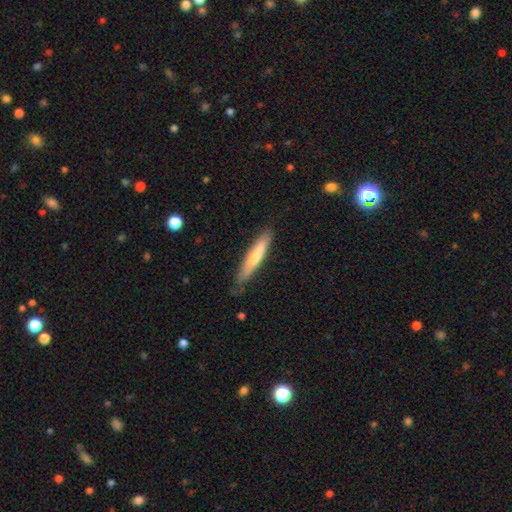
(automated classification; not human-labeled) Smooth or featured: smooth — 66% (featured or disk — 29%)
How rounded: cigar-shaped — 91% (in between — 8%)
Merging: none — 78% (minor disturbance — 18%)